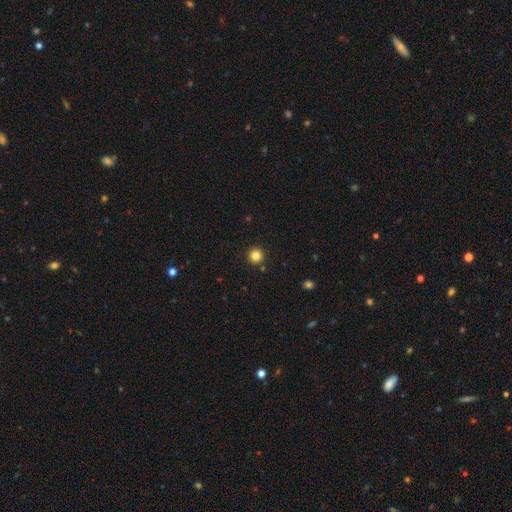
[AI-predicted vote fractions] Smooth or featured: smooth — 83% (star or artifact — 12%)
How rounded: round — 95% (in between — 4%)
Merging: none — 91% (minor disturbance — 5%)